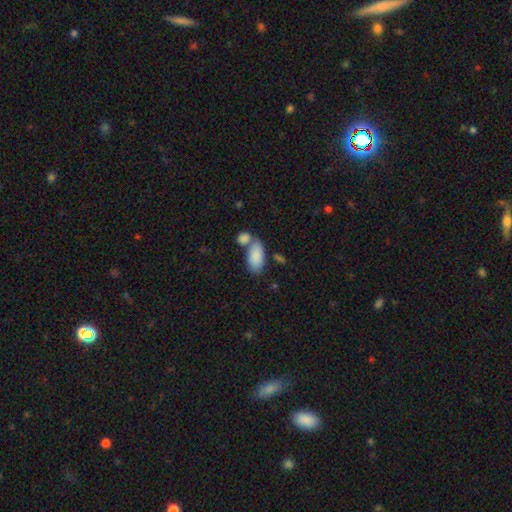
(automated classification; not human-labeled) Smooth or featured? Predicted: smooth (p=0.87). How rounded? Predicted: in between (p=0.93). Merging? Predicted: none (p=0.50).